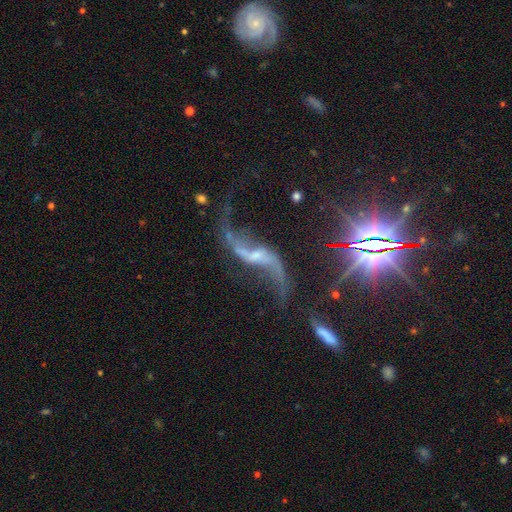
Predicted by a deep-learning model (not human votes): Smooth or featured?
  - featured or disk: 86% *
  - star or artifact: 10%
  - smooth: 4%
Edge-on disk?
  - no: 93% *
  - yes: 7%
Bar?
  - weak: 37% *
  - no: 36%
  - strong: 27%
Spiral arms?
  - yes: 95% *
  - no: 5%
Spiral winding?
  - loose: 94% *
  - medium: 4%
  - tight: 2%
Spiral arm count?
  - 2: 93% *
  - 1: 2%
  - can't tell: 2%
  - 3: 1%
  - 4: 1%
  - more than 4: 1%
Bulge size?
  - small: 50% *
  - none: 25%
  - moderate: 21%
  - large: 3%
  - dominant: 2%
Merging?
  - none: 63% *
  - minor disturbance: 15%
  - major disturbance: 14%
  - merger: 7%